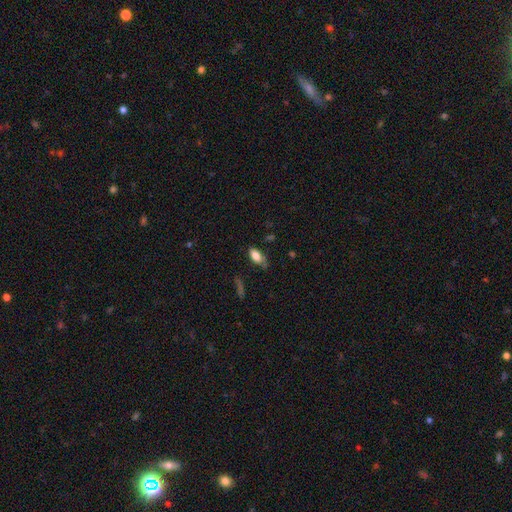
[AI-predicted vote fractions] Morphology: type=smooth (80%); roundness=in between (87%); merging=none (60%).